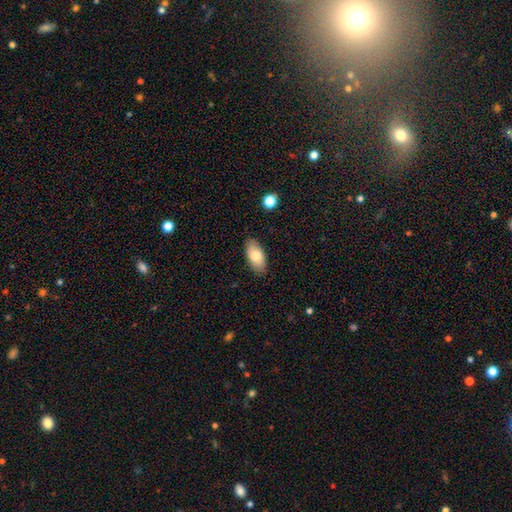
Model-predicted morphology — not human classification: Smooth or featured?
  - smooth: 78% *
  - featured or disk: 15%
  - star or artifact: 7%
How rounded?
  - in between: 94% *
  - cigar-shaped: 3%
  - round: 3%
Merging?
  - none: 86% *
  - minor disturbance: 11%
  - major disturbance: 2%
  - merger: 1%